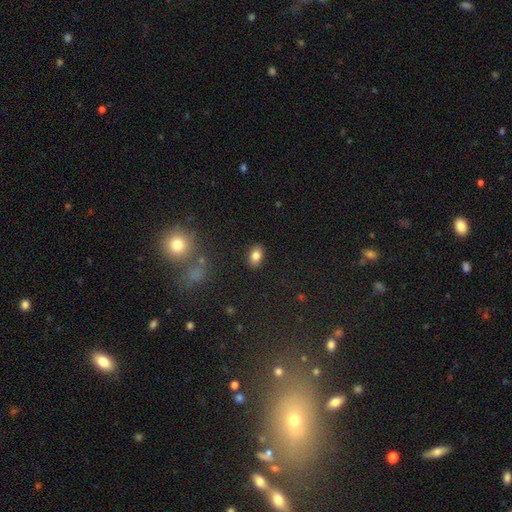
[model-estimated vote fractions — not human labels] The model was most divided on "how rounded": in between: 83%, round: 16%, cigar-shaped: 1%. More confident: merging — none (87%); smooth or featured — smooth (81%).